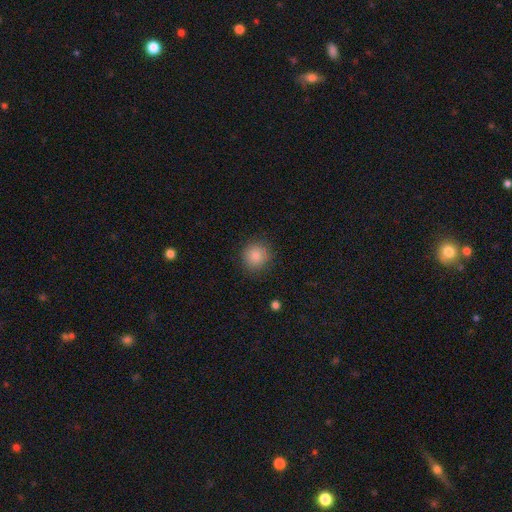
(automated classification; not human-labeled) smooth 85%, star or artifact 10%, featured or disk 5%. Down the decision tree: how rounded — round (92%); merging — none (87%).